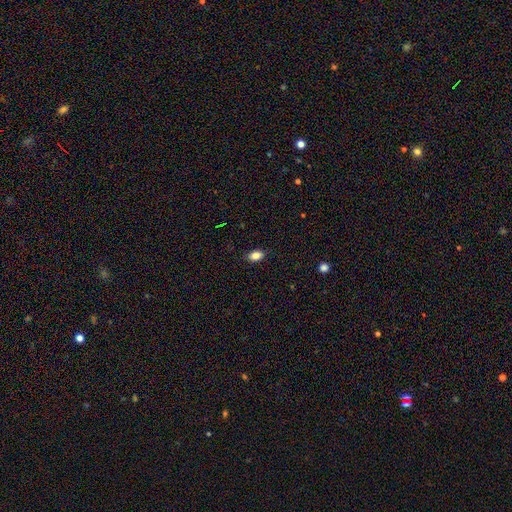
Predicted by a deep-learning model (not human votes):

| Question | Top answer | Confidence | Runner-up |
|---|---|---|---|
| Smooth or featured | smooth | 85% | star or artifact (9%) |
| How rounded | in between | 85% | round (12%) |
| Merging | none | 87% | minor disturbance (10%) |